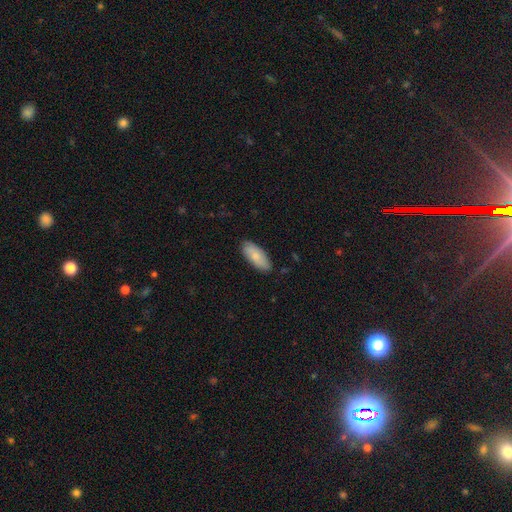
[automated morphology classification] Overall: smooth (82%). How rounded: in between (83%). Merging: none (84%).